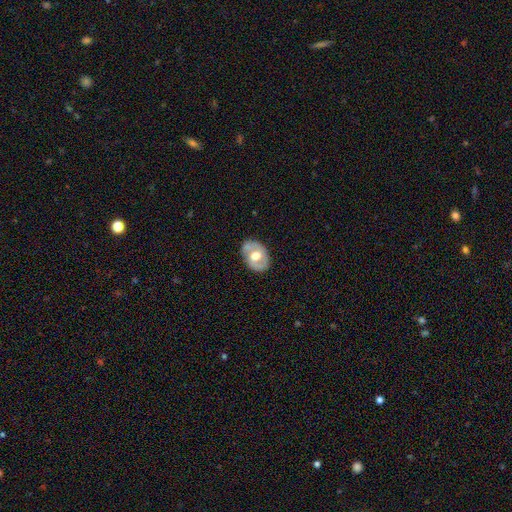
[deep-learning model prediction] A featured or disk galaxy (55%) with no bar (72%), no spiral arms (65%) and a moderate central bulge (62%). Merging: none (70%).